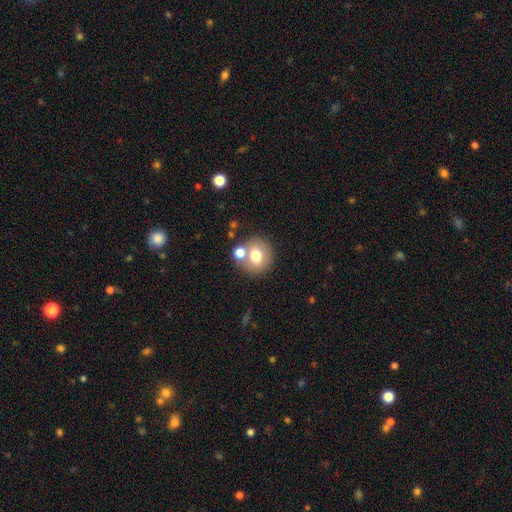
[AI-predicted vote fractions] Smooth or featured? Predicted: smooth (p=0.72). How rounded? Predicted: round (p=0.82). Merging? Predicted: none (p=0.65).